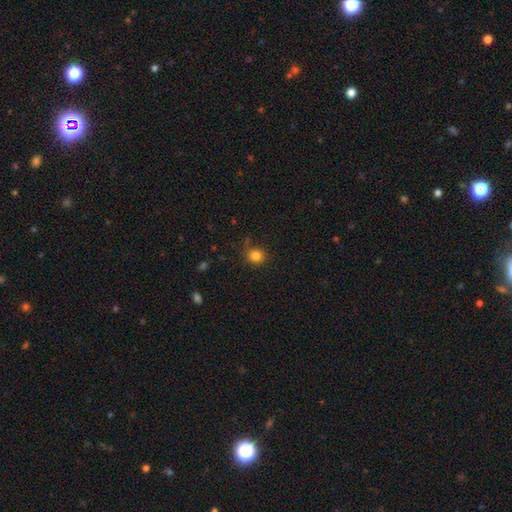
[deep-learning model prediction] Overall: smooth (83%). How rounded: round (87%). Merging: none (82%).